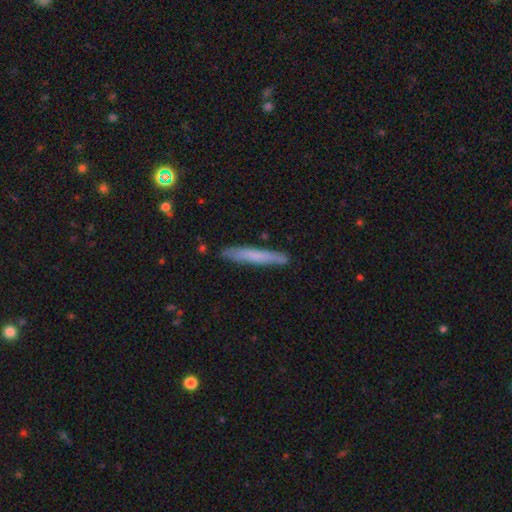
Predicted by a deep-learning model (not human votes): A smooth galaxy with no disk features (65%) that is cigar-shaped (96%).

Vote fractions:
- Smooth or featured? smooth: 65% / featured or disk: 29% / star or artifact: 6%
- How rounded? cigar-shaped: 96% / in between: 3% / round: 1%
- Merging? none: 87% / minor disturbance: 10% / merger: 2% / major disturbance: 2%